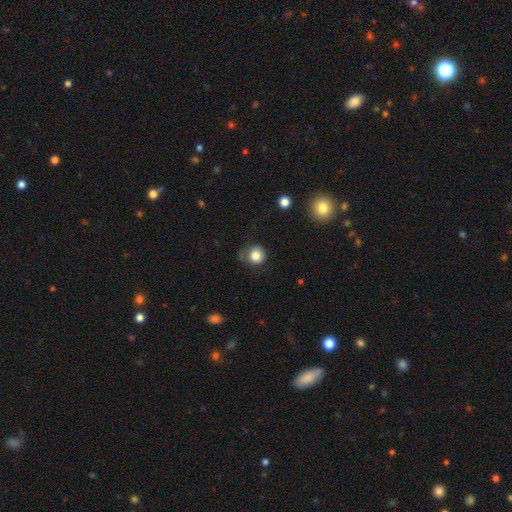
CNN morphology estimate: Smooth or featured?
  - smooth: 82% *
  - star or artifact: 10%
  - featured or disk: 9%
How rounded?
  - round: 84% *
  - in between: 15%
  - cigar-shaped: 1%
Merging?
  - none: 58% *
  - minor disturbance: 27%
  - major disturbance: 13%
  - merger: 2%